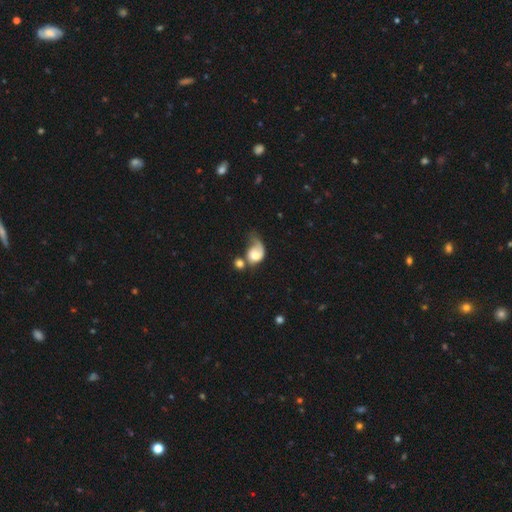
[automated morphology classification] Smooth or featured? smooth (49%)
Merging? major disturbance (40%)